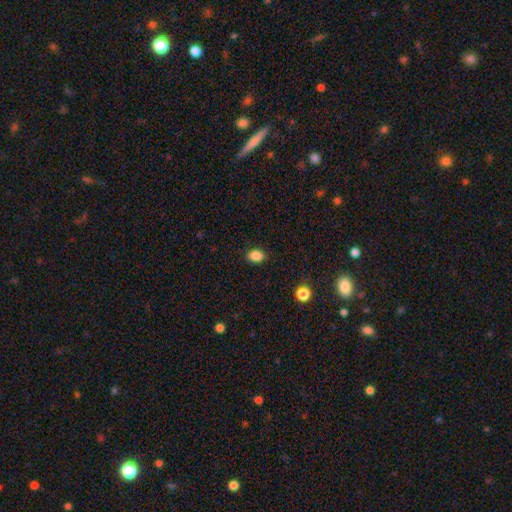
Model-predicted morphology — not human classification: This appears to be a smooth galaxy with no disk features (87%) that is in between round and cigar-shaped (67%). Merging: none (88%).